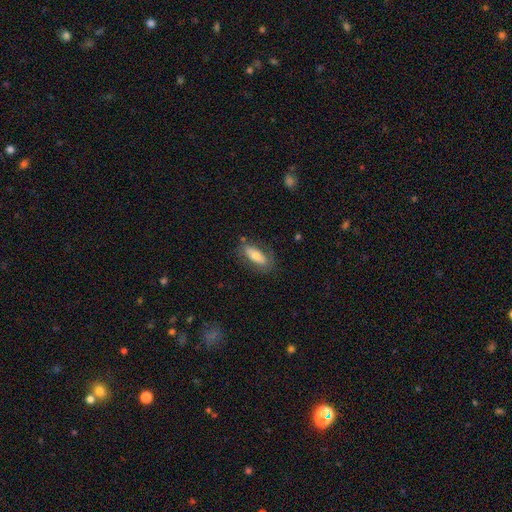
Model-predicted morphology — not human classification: Smooth or featured: smooth — 67% (featured or disk — 27%)
How rounded: in between — 69% (cigar-shaped — 29%)
Merging: none — 73% (minor disturbance — 18%)